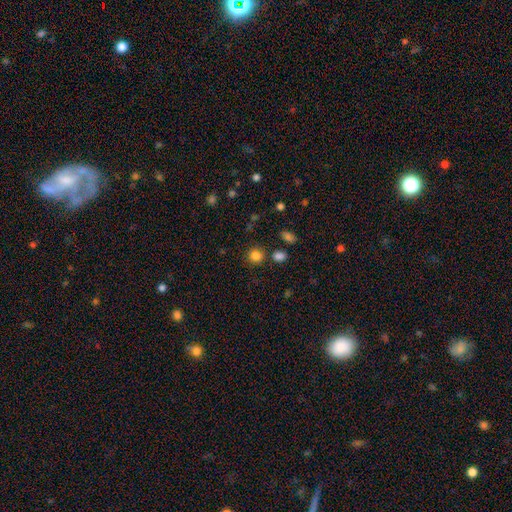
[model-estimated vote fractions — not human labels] Smooth or featured? smooth (84%)
How rounded? round (87%)
Merging? none (82%)